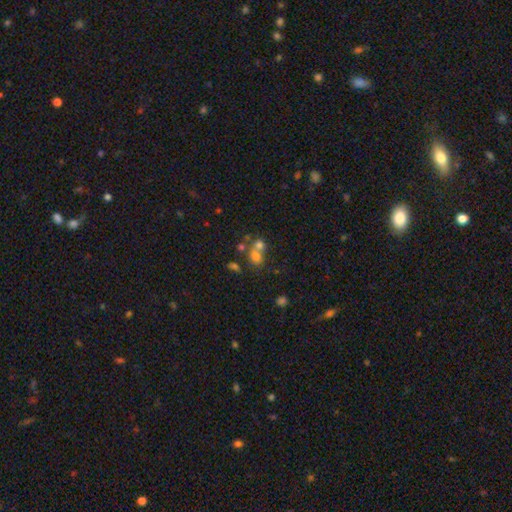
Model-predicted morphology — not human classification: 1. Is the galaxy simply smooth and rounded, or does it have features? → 66% smooth, 17% star or artifact, 16% featured or disk.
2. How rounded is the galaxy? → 61% round, 37% in between, 1% cigar-shaped.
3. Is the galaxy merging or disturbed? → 56% merger, 32% none, 7% minor disturbance, 4% major disturbance.